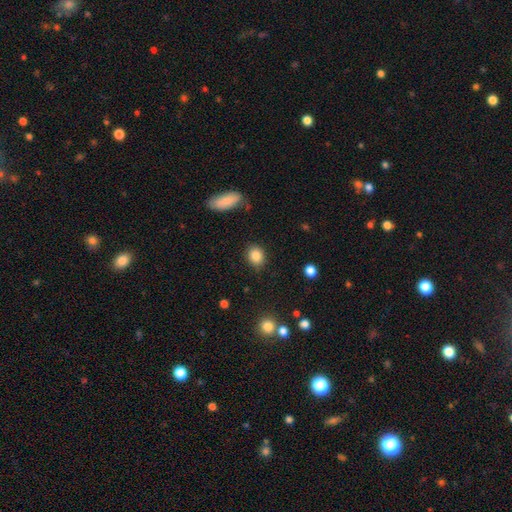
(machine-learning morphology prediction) type=smooth (86%); roundness=round (58%); merging=none (86%).